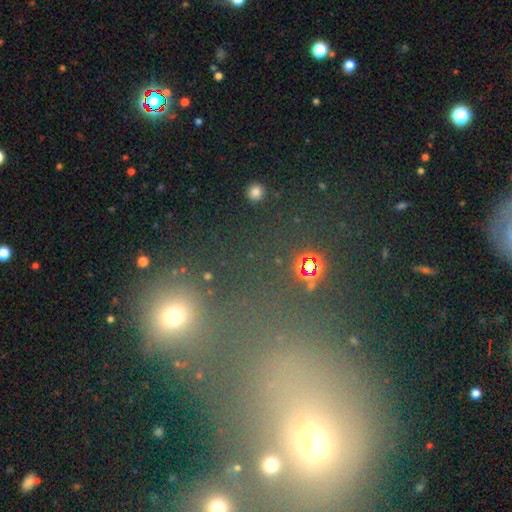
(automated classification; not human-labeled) Smooth or featured? Predicted: smooth (p=0.46). Merging? Predicted: none (p=0.52).